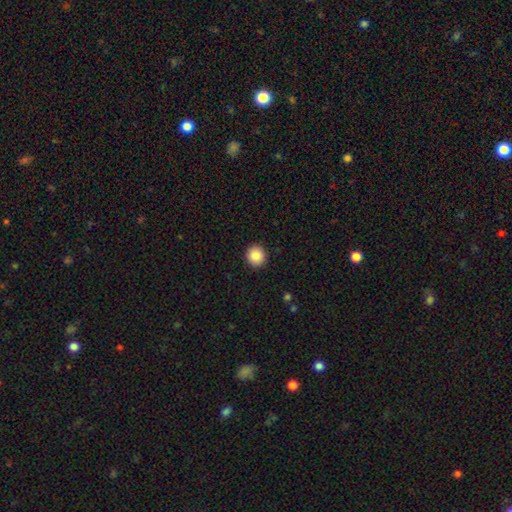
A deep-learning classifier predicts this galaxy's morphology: Smooth or featured? smooth (89%)
How rounded? round (91%)
Merging? none (92%)